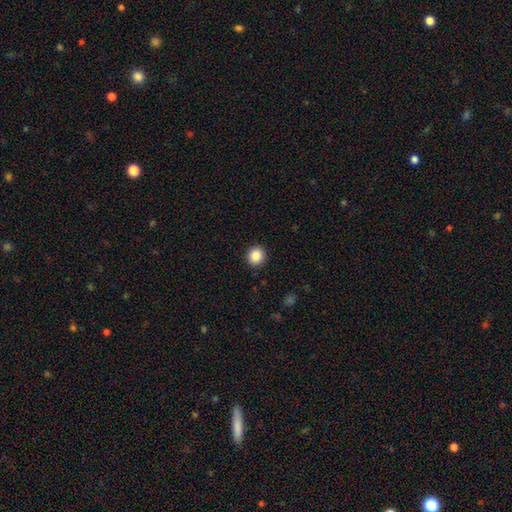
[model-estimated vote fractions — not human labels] A smooth galaxy with no disk features (87%) that is round (90%). Merging: none (92%).